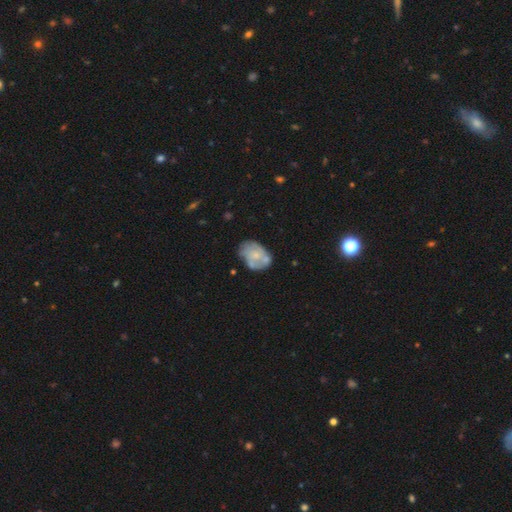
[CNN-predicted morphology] smooth_or_featured: featured or disk (p=0.51) [alt: smooth p=0.42]
disk_edge_on: no (p=0.97) [alt: yes p=0.03]
merging: none (p=0.51) [alt: minor disturbance p=0.27]